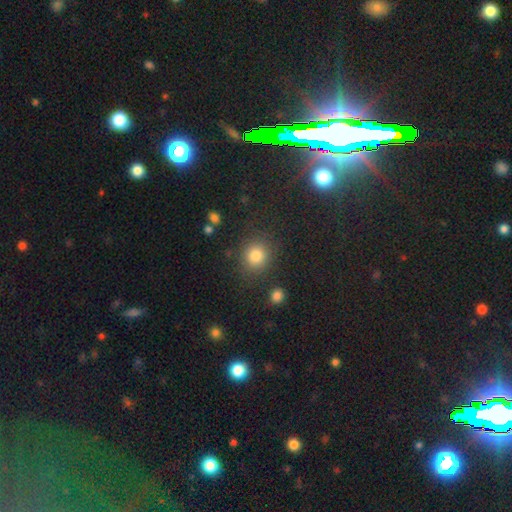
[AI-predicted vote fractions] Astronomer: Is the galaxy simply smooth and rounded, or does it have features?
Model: smooth — 81%.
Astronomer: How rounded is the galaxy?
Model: round — 81%.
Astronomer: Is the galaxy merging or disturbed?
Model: none — 83%.